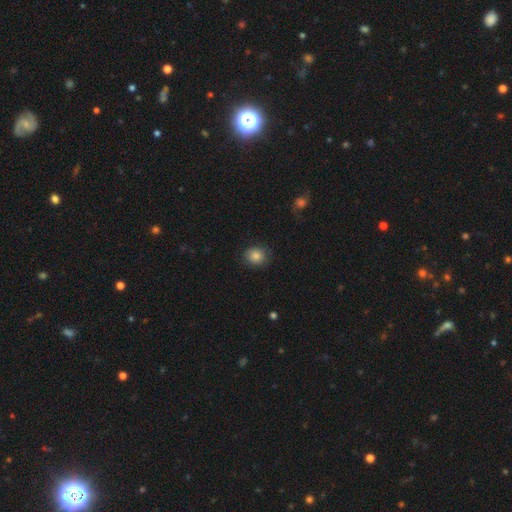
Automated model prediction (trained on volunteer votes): smooth-or-featured: smooth: 84% | star or artifact: 9% | featured or disk: 7%
  how-rounded: round: 75% | in between: 24% | cigar-shaped: 1%
  merging: none: 81% | minor disturbance: 14% | major disturbance: 4% | merger: 1%